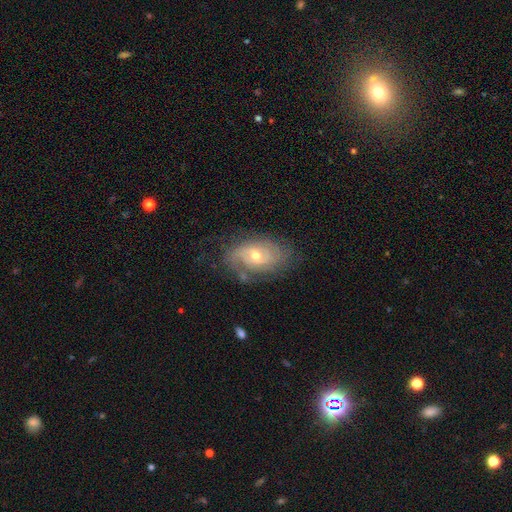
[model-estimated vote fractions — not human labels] Morphology: type=featured or disk (77%); edge-on=no (95%); bar=no (61%); spiral arms=yes (89%); winding=tight (55%); arm count=2 (40%); bulge=moderate (59%); merging=none (69%).